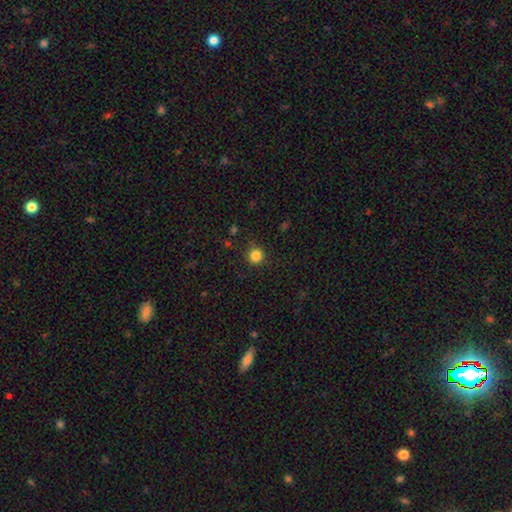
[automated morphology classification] This is clearly a smooth galaxy (84%). How rounded: clearly round (93%). Merging: clearly none (89%).